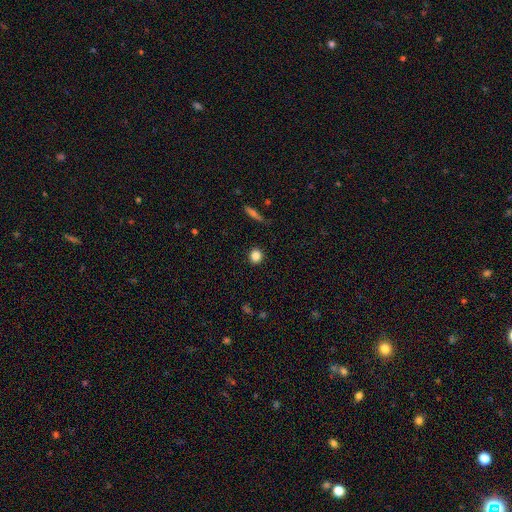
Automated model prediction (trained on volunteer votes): Smooth or featured? smooth (85%)
How rounded? round (85%)
Merging? none (90%)